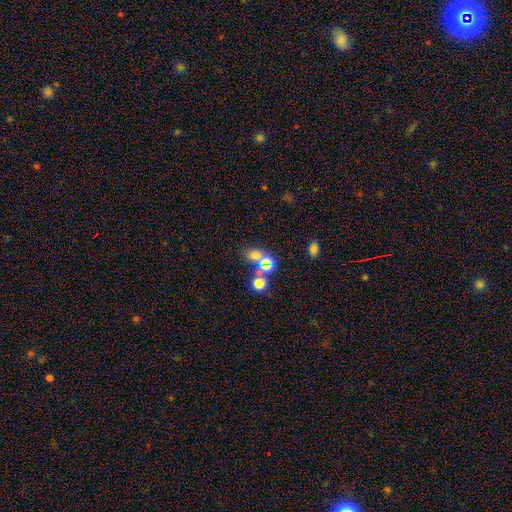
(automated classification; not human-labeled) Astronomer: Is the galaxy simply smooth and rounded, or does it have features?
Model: smooth — 59%.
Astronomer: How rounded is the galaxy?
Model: in between — 52% (runner-up: round, 46%).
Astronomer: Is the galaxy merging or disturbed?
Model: none — 50% (runner-up: merger, 35%).